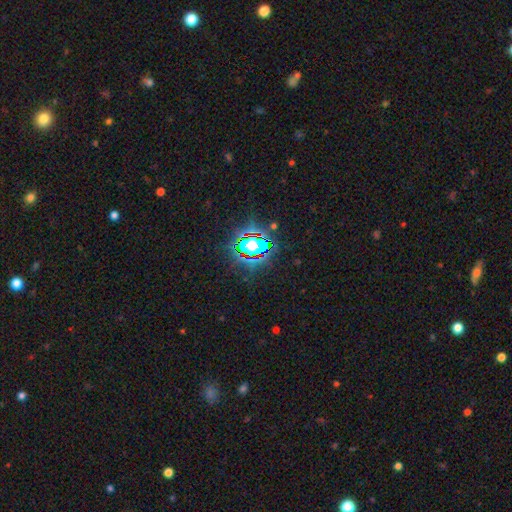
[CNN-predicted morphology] Smooth or featured? Predicted: star or artifact (p=0.81).